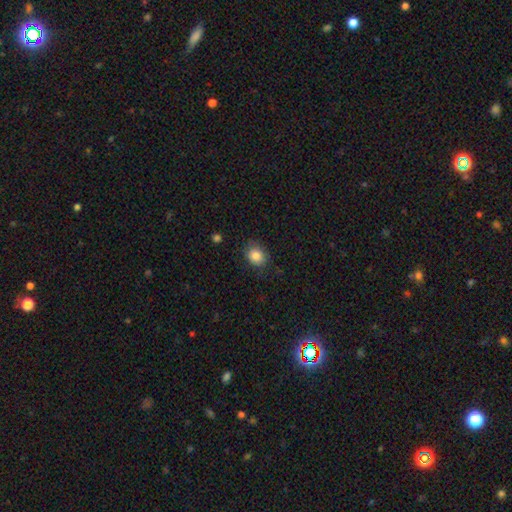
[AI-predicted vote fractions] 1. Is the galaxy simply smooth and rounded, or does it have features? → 85% smooth, 9% star or artifact, 6% featured or disk.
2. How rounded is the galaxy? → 59% round, 40% in between, 1% cigar-shaped.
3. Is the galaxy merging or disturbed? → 79% none, 16% minor disturbance, 4% major disturbance, 1% merger.